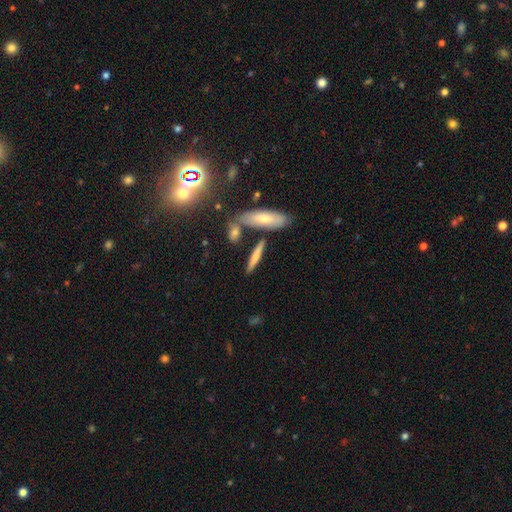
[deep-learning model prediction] smooth 66%, featured or disk 26%, star or artifact 8%. Down the decision tree: how rounded — cigar-shaped (83%); merging — none (73%).